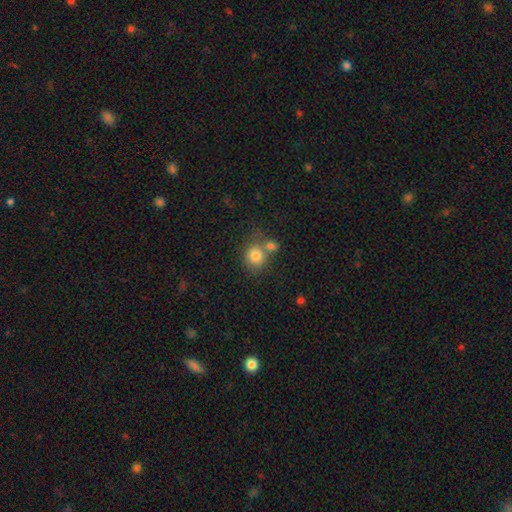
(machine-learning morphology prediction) Smooth or featured? Predicted: smooth (p=0.80). How rounded? Predicted: round (p=0.79). Merging? Predicted: none (p=0.48).